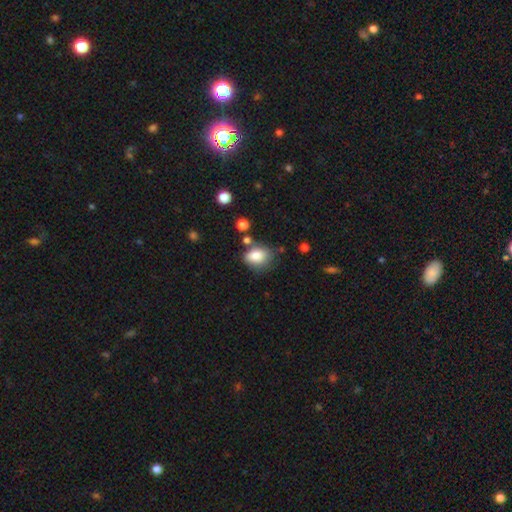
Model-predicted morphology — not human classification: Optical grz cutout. It shows a smooth galaxy with no disk features (83%) that is in between round and cigar-shaped (66%). Merging: none (59%).